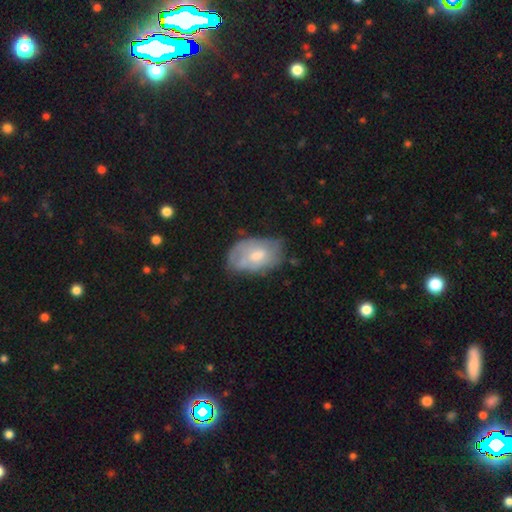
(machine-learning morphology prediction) Smooth or featured? Predicted: smooth (p=0.49). Merging? Predicted: none (p=0.53).